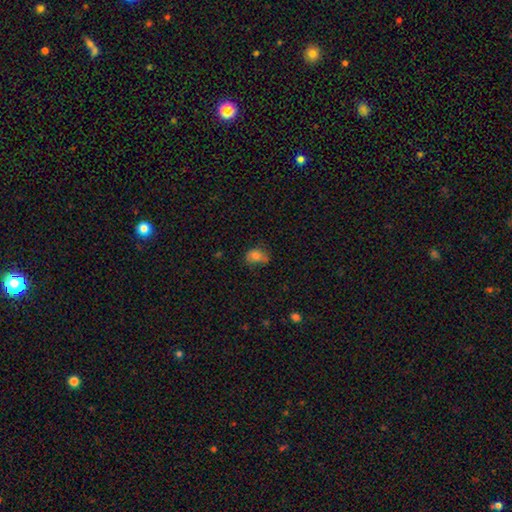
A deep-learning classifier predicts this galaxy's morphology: Overall: smooth (78%). How rounded: in between (71%). Merging: none (51%; minor disturbance 33%).